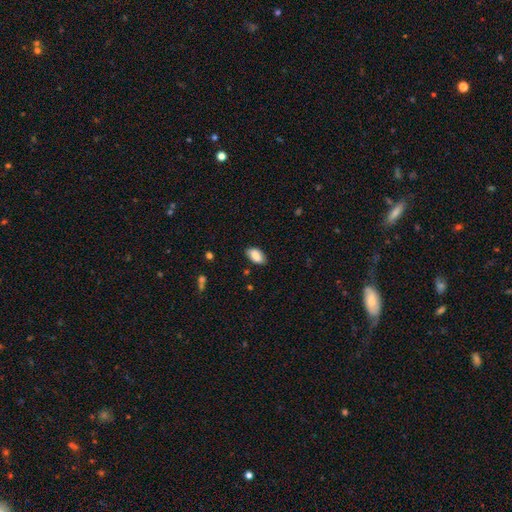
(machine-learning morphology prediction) This appears to be a smooth galaxy with no disk features (85%) that is in between round and cigar-shaped (94%). Merging: none (83%).